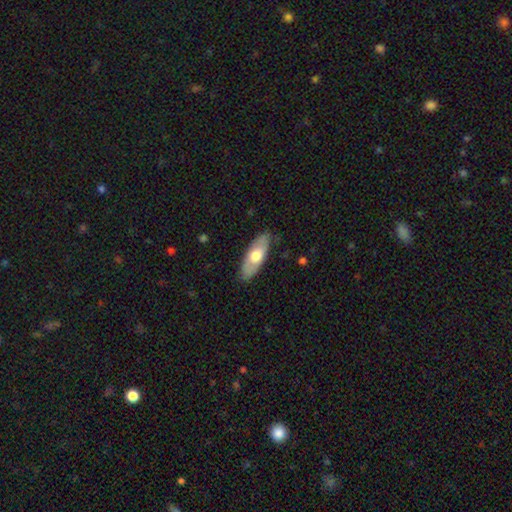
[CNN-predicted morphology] Smooth or featured: smooth — 58% (featured or disk — 37%)
How rounded: in between — 75% (cigar-shaped — 22%)
Merging: none — 83% (minor disturbance — 13%)